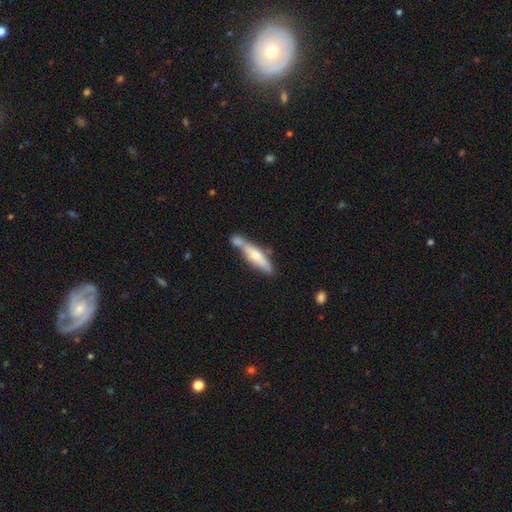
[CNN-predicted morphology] Smooth or featured? Predicted: smooth (p=0.54). How rounded? Predicted: cigar-shaped (p=0.76). Merging? Predicted: none (p=0.43).